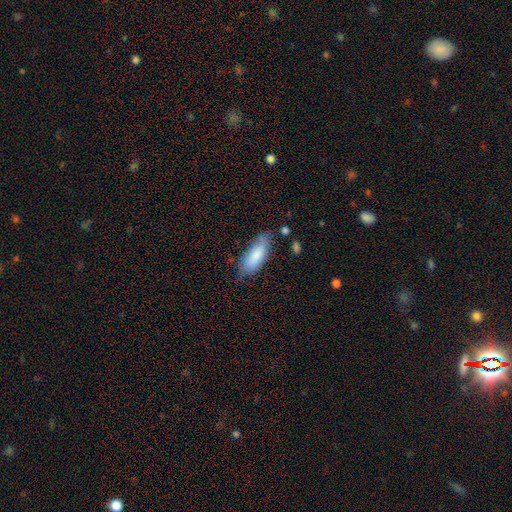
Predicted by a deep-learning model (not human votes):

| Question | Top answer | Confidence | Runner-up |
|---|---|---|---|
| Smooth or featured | smooth | 82% | featured or disk (12%) |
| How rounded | in between | 77% | cigar-shaped (22%) |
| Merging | none | 70% | minor disturbance (22%) |